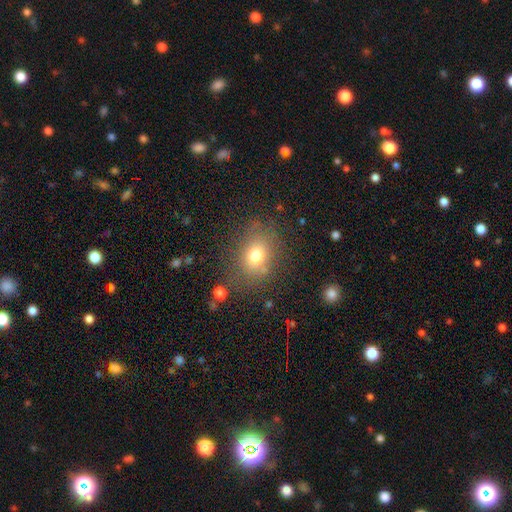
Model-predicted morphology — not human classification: smooth_or_featured: smooth (p=0.74) [alt: star or artifact p=0.13]
how_rounded: in between (p=0.60) [alt: round p=0.38]
merging: none (p=0.74) [alt: minor disturbance p=0.15]